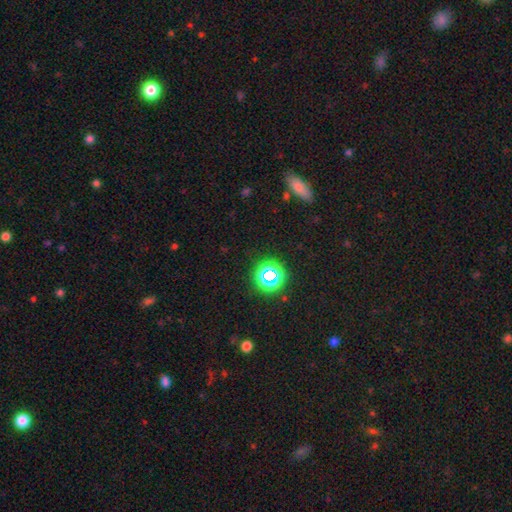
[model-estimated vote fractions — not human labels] Smooth or featured? smooth (53%)
How rounded? round (74%)
Merging? none (87%)